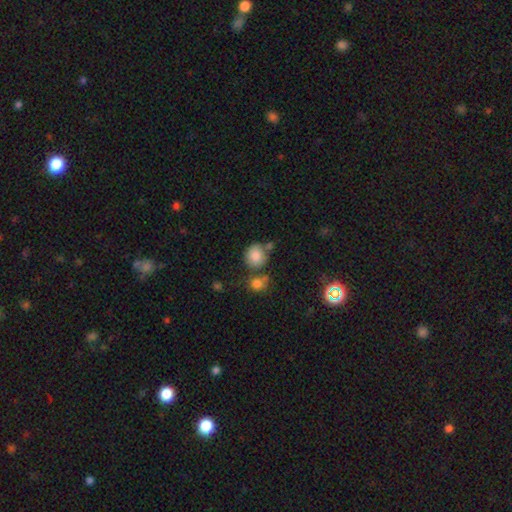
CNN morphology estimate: Q: Smooth or featured?
A: smooth (84%); runner-up: star or artifact (9%)
Q: How rounded?
A: round (82%); runner-up: in between (17%)
Q: Merging?
A: none (59%); runner-up: merger (21%)